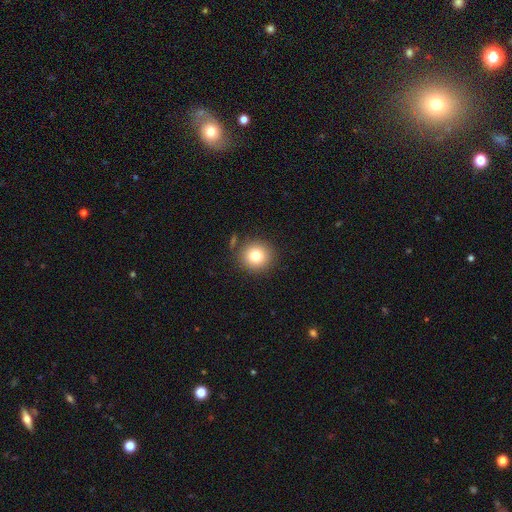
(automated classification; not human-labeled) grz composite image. It shows a smooth galaxy with no disk features (79%) that is round (92%). Merging: none (84%).